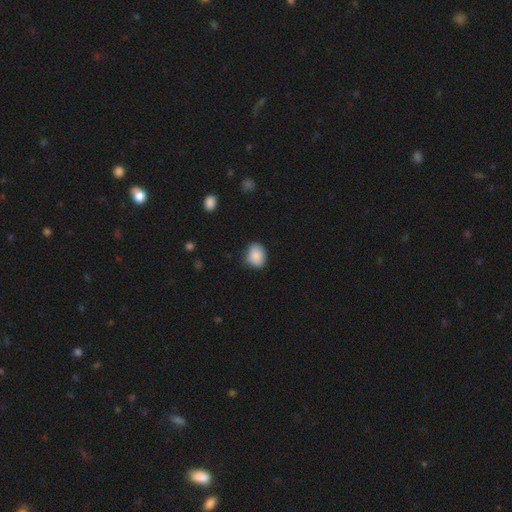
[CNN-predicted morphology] The model was most divided on "how rounded": in between: 58%, round: 42%, cigar-shaped: 1%. More confident: smooth or featured — smooth (88%); merging — none (74%).